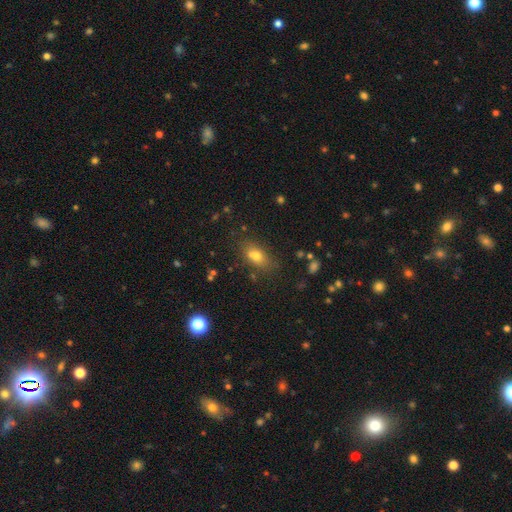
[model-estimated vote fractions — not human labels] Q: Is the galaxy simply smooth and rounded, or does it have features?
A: smooth — 74%.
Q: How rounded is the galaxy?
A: in between — 79%.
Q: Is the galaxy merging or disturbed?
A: none — 67%.